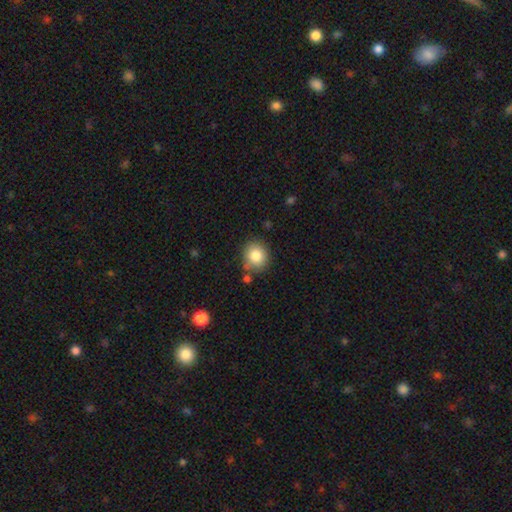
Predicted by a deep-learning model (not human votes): A smooth galaxy with no disk features (83%) that is round (80%). Merging: none (79%).